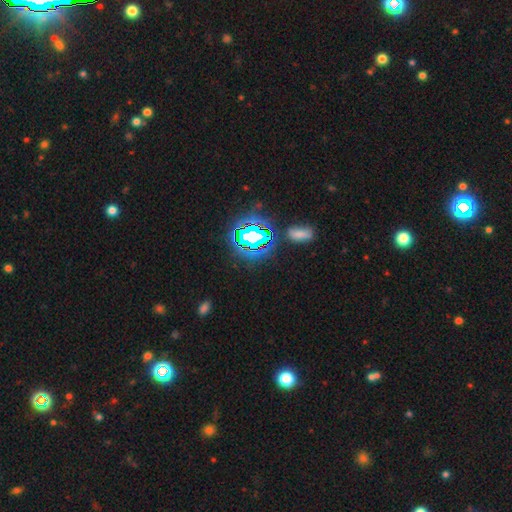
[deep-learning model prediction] Smooth or featured? star or artifact (78%)